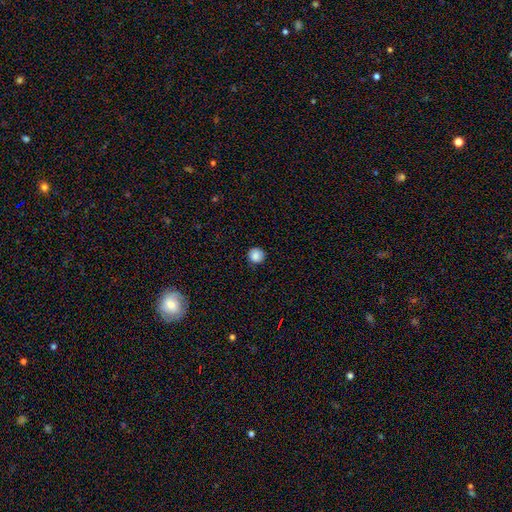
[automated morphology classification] The model was most divided on "smooth or featured": smooth: 86%, star or artifact: 10%, featured or disk: 4%. More confident: how rounded — round (95%); merging — none (90%).